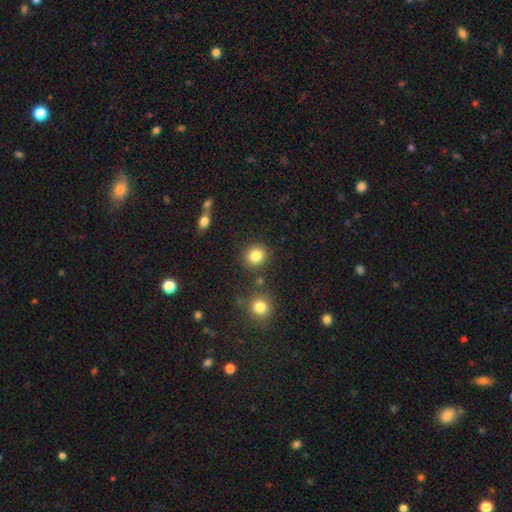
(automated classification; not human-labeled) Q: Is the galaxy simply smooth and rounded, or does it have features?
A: smooth — 84%.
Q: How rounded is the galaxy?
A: round — 86%.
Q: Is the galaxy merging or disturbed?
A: none — 84%.